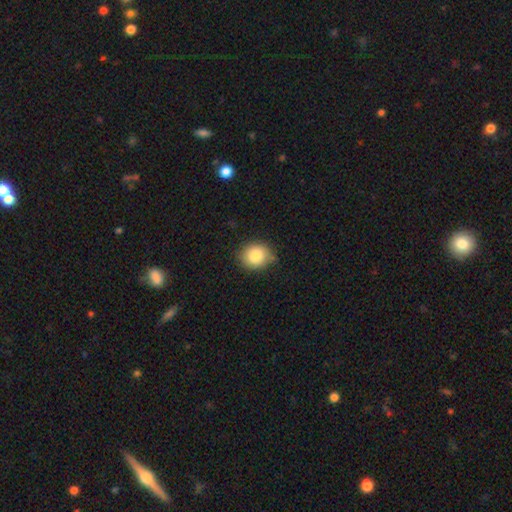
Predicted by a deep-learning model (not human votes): Overall: smooth (86%). How rounded: round (68%; in between 31%). Merging: none (74%).